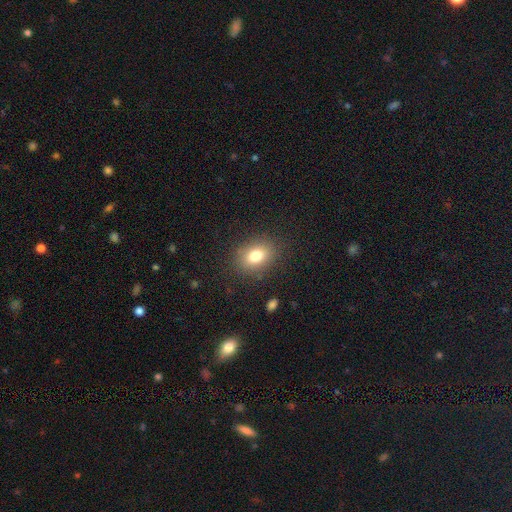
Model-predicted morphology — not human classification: Smooth or featured? Predicted: smooth (p=0.80). How rounded? Predicted: in between (p=0.67). Merging? Predicted: none (p=0.84).